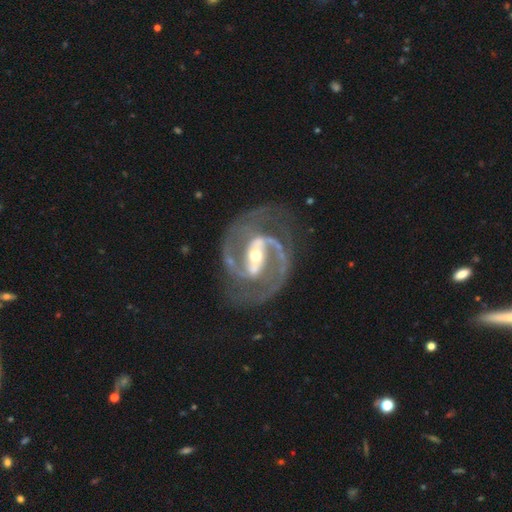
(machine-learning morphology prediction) Smooth or featured? featured or disk (93%)
Edge-on disk? no (98%)
Bar? strong (56%)
Spiral arms? yes (98%)
Spiral winding? medium (62%)
Spiral arm count? 2 (92%)
Bulge size? moderate (60%)
Merging? none (75%)